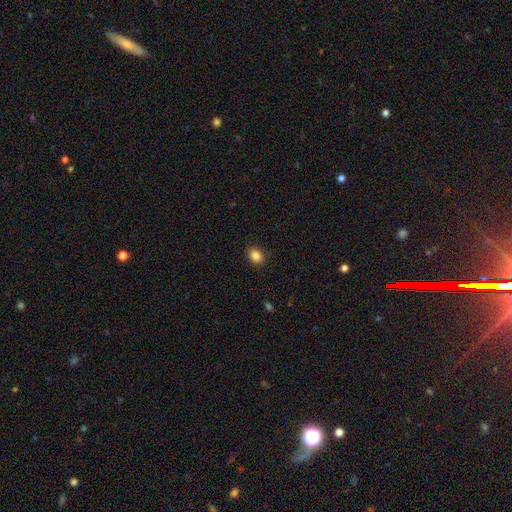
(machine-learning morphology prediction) smooth 87%, star or artifact 10%, featured or disk 4%. Down the decision tree: how rounded — in between (63%); merging — none (88%).